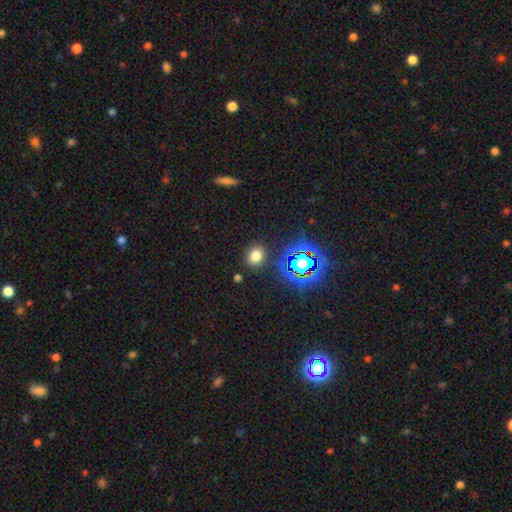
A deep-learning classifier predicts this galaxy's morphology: smooth_or_featured: smooth (p=0.71) [alt: star or artifact p=0.22]
how_rounded: in between (p=0.56) [alt: round p=0.43]
merging: none (p=0.86) [alt: minor disturbance p=0.08]